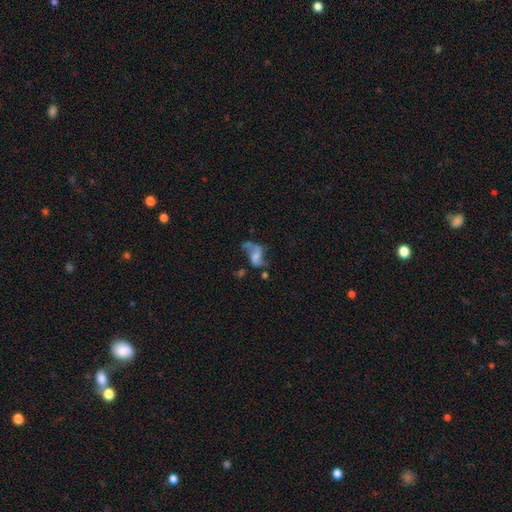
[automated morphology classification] Smooth or featured? featured or disk (62%)
Edge-on disk? no (96%)
Bar? no (51%)
Spiral arms? yes (71%)
Bulge size? none (43%)
Merging? major disturbance (35%)